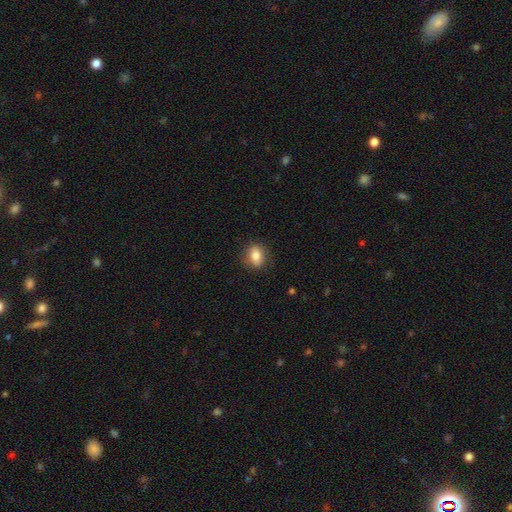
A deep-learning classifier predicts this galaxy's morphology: This is clearly a smooth galaxy (81%). How rounded: likely in between (63%). Merging: clearly none (84%).